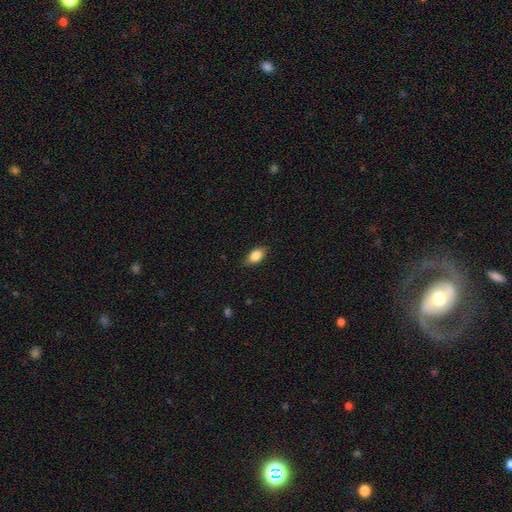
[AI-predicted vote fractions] Smooth or featured?
  - smooth: 84% *
  - featured or disk: 8%
  - star or artifact: 7%
How rounded?
  - in between: 88% *
  - round: 8%
  - cigar-shaped: 4%
Merging?
  - none: 84% *
  - minor disturbance: 12%
  - major disturbance: 2%
  - merger: 1%